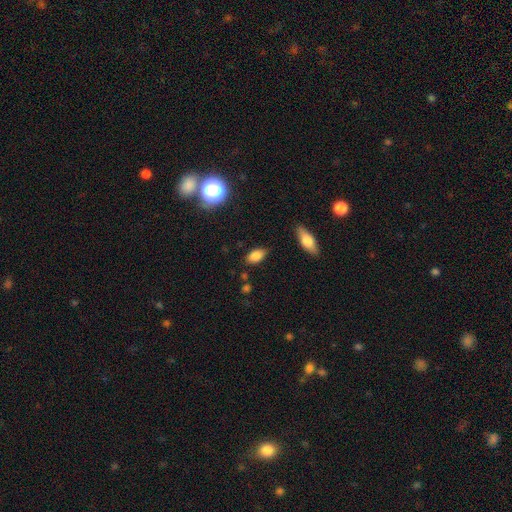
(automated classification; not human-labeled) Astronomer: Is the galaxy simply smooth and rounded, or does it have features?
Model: smooth — 83%.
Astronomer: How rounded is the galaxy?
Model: in between — 89%.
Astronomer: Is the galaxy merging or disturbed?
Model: none — 82%.